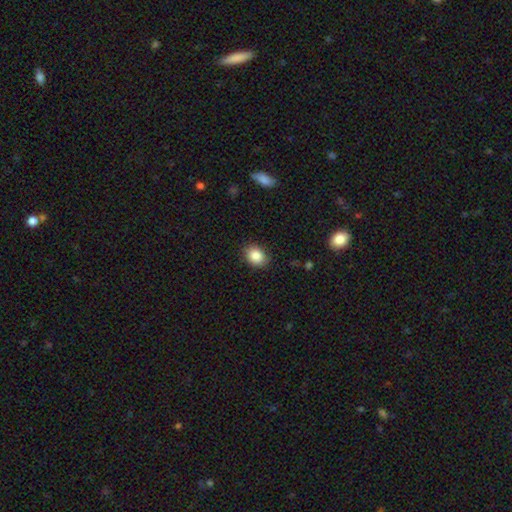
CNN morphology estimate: The model was most divided on "how rounded": in between: 61%, round: 38%, cigar-shaped: 1%. More confident: smooth or featured — smooth (86%); merging — none (86%).